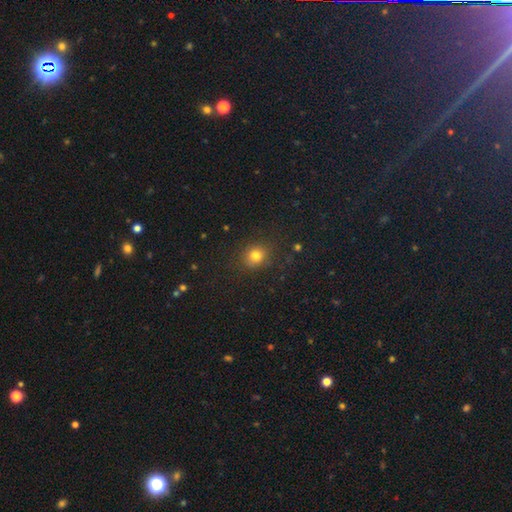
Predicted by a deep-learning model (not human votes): The model was most divided on "how rounded": round: 76%, in between: 22%, cigar-shaped: 1%. More confident: merging — none (84%); smooth or featured — smooth (79%).